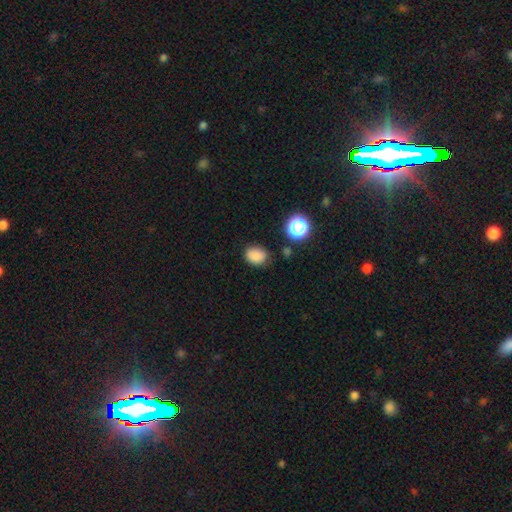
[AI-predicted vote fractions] smooth-or-featured: smooth: 83% | star or artifact: 12% | featured or disk: 4%
  how-rounded: round: 50% (tied) | in between: 50% (tied) | cigar-shaped: 1%
  merging: none: 77% | minor disturbance: 16% | major disturbance: 4% | merger: 3%